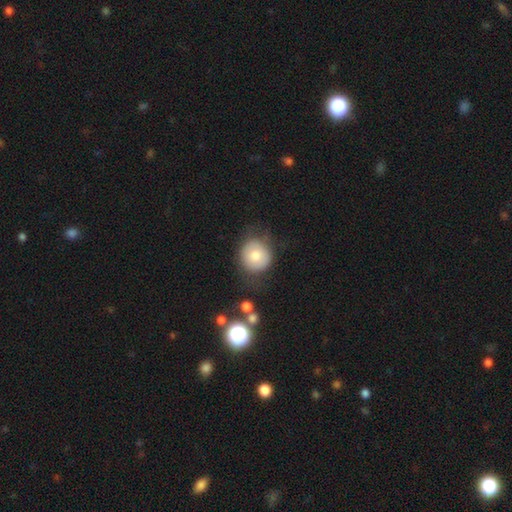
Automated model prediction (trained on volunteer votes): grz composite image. It shows a smooth galaxy with no disk features (76%) that is round (87%). Merging: none (70%).